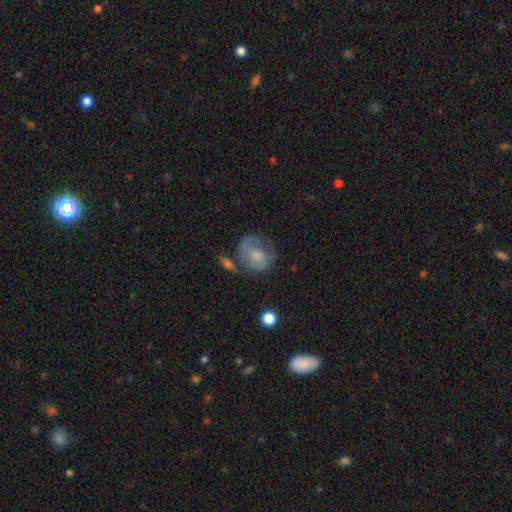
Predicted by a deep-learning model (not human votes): Smooth or featured: smooth — 62% (featured or disk — 30%)
How rounded: round — 65% (in between — 34%)
Merging: none — 42% (minor disturbance — 27%)